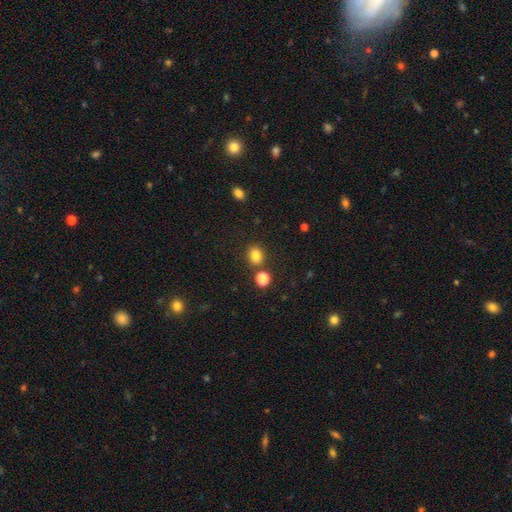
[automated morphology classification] The model was most divided on "how rounded": round: 65%, in between: 34%, cigar-shaped: 1%. More confident: smooth or featured — smooth (82%); merging — none (78%).